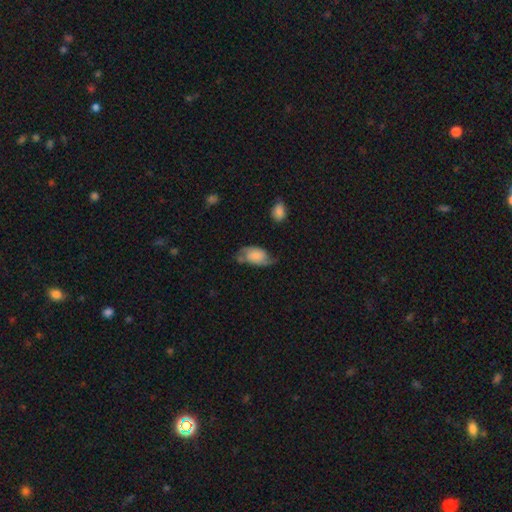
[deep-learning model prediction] A featured or disk galaxy (49%).

Vote fractions:
- Smooth or featured? featured or disk: 49% / smooth: 43% / star or artifact: 8%
- Merging? none: 52% / minor disturbance: 30% / major disturbance: 14% / merger: 4%